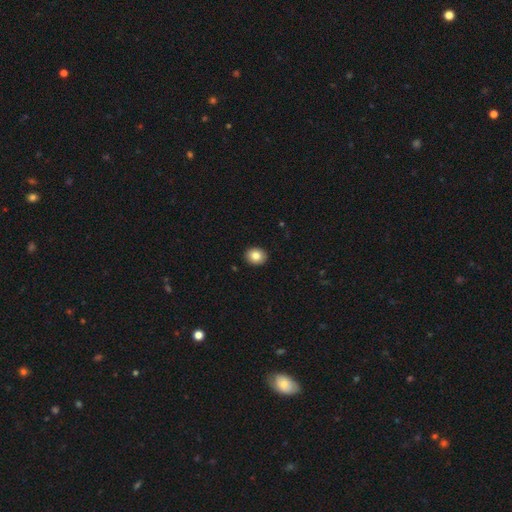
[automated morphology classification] type=smooth (84%); roundness=round (64%); merging=none (91%).